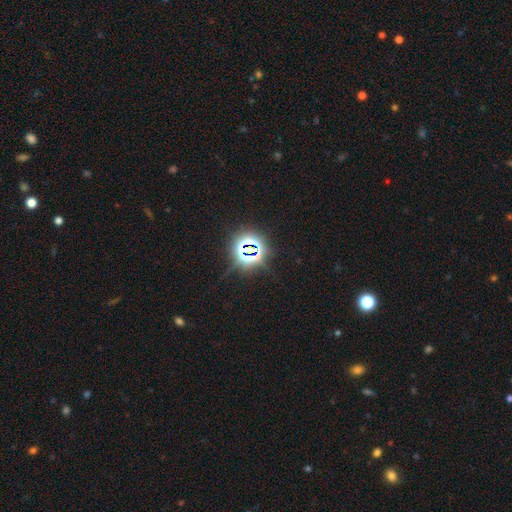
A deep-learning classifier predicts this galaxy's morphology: A star or artifact, not a galaxy (79%).

Vote fractions:
- Smooth or featured? star or artifact: 79% / smooth: 14% / featured or disk: 8%